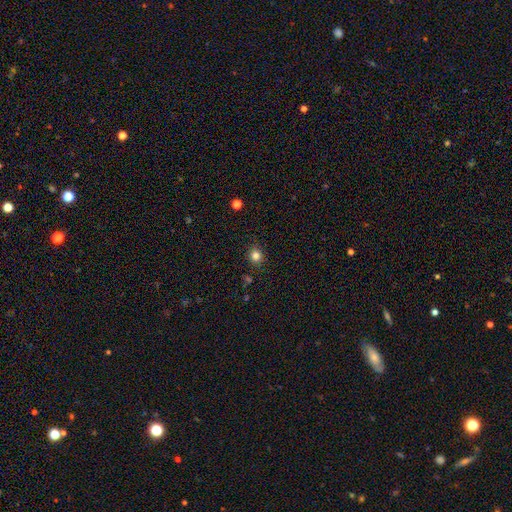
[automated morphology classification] Smooth or featured?
  - smooth: 82% *
  - star or artifact: 13%
  - featured or disk: 5%
How rounded?
  - round: 85% *
  - in between: 14%
  - cigar-shaped: 1%
Merging?
  - none: 89% *
  - minor disturbance: 8%
  - major disturbance: 2%
  - merger: 1%